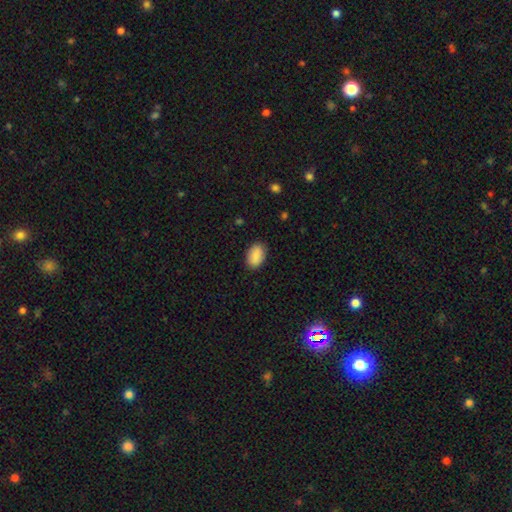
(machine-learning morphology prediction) A smooth galaxy with no disk features (89%) that is in between round and cigar-shaped (91%).

Vote fractions:
- Smooth or featured? smooth: 89% / star or artifact: 7% / featured or disk: 5%
- How rounded? in between: 91% / round: 7% / cigar-shaped: 1%
- Merging? none: 87% / minor disturbance: 10% / major disturbance: 2% / merger: 1%